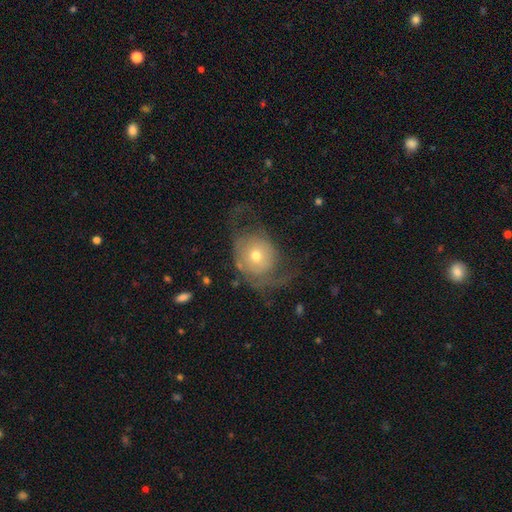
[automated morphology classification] Smooth or featured: featured or disk — 53% (smooth — 38%)
Edge-on disk: no — 94% (yes — 6%)
Bar: no — 83% (weak — 13%)
Spiral arms: yes — 57% (no — 43%)
Bulge size: moderate — 50% (small — 43%)
Merging: major disturbance — 40% (none — 37%)